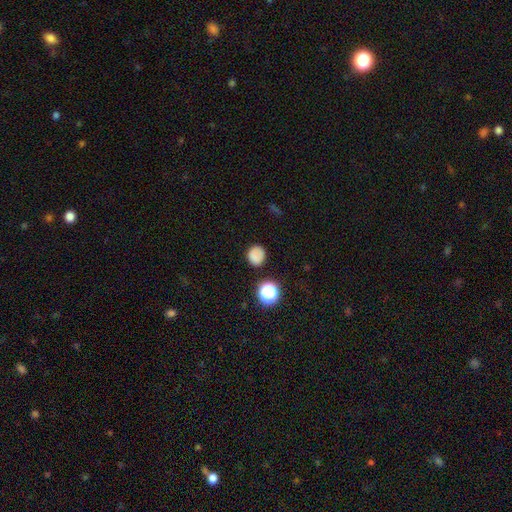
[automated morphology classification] A smooth galaxy with no disk features (79%) that is round (85%).

Vote fractions:
- Smooth or featured? smooth: 79% / star or artifact: 14% / featured or disk: 7%
- How rounded? round: 85% / in between: 14% / cigar-shaped: 1%
- Merging? none: 84% / minor disturbance: 11% / major disturbance: 3% / merger: 3%